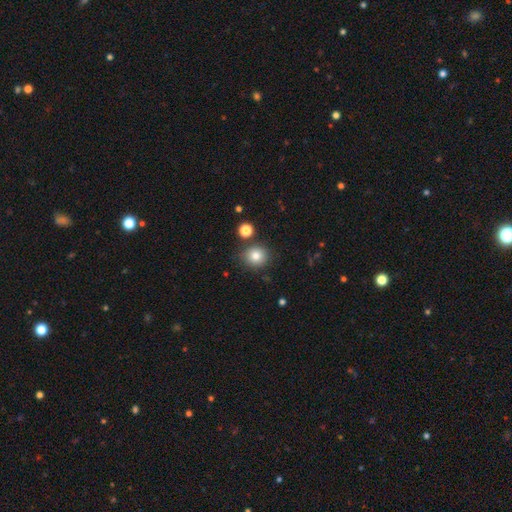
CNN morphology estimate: A smooth galaxy with no disk features (81%) that is round (86%). Merging: none (81%).